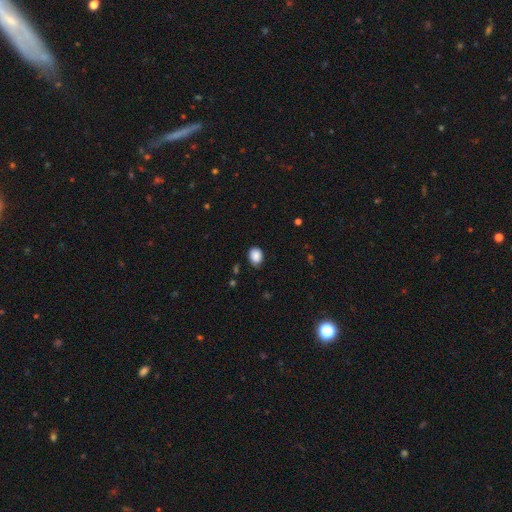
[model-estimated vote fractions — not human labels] smooth 88%, star or artifact 8%, featured or disk 4%. Down the decision tree: how rounded — in between (54%); merging — none (79%).